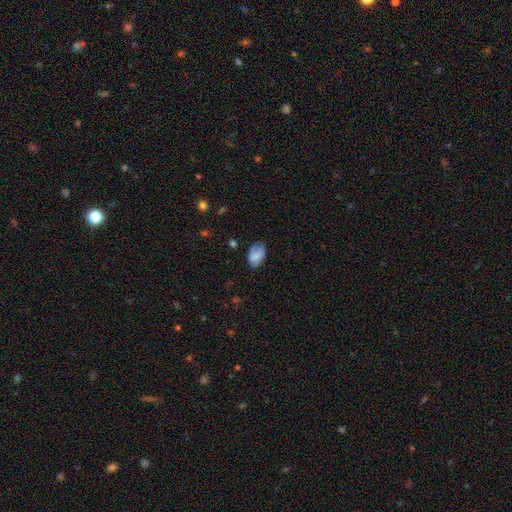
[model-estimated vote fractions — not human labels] smooth 75%, featured or disk 17%, star or artifact 8%. Down the decision tree: how rounded — in between (88%); merging — none (64%).